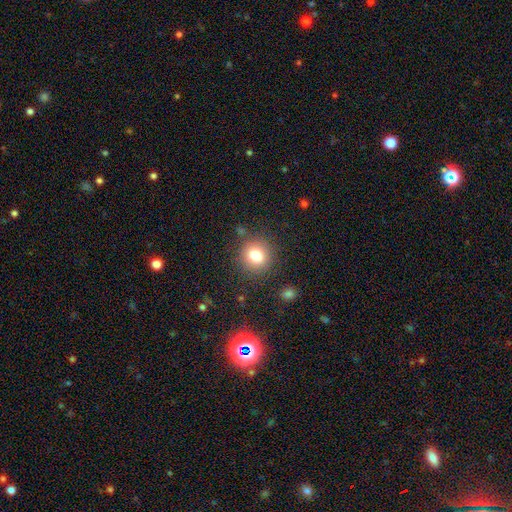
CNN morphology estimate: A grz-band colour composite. It shows a smooth galaxy with no disk features (79%) that is round (87%). Merging: none (84%).